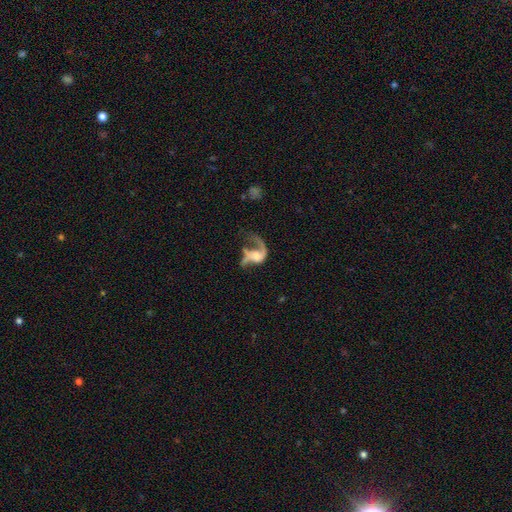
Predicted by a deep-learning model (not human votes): Morphology: type=featured or disk (75%); edge-on=no (97%); bar=no (63%); spiral arms=yes (80%); winding=loose (74%); arm count=2 (52%); bulge=moderate (33%); merging=major disturbance (48%).